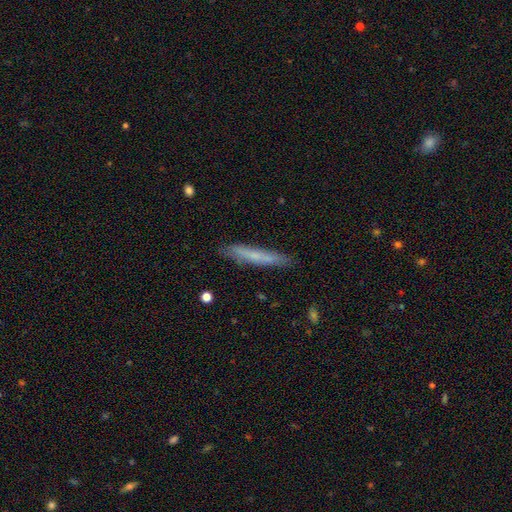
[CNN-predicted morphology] This appears to be a smooth galaxy with no disk features (60%) that is cigar-shaped (94%). Merging: none (84%).